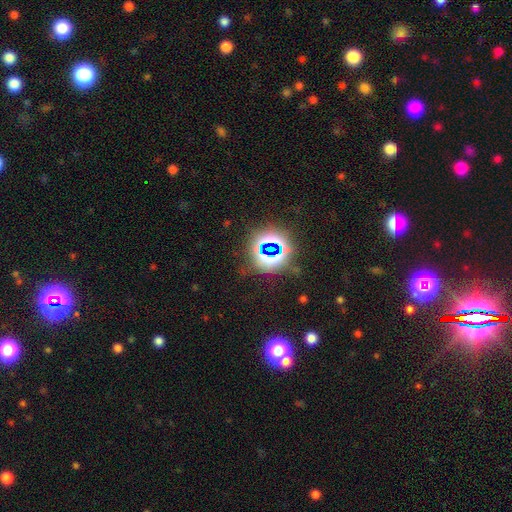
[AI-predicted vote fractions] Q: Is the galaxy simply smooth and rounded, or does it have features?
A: star or artifact — 82%.